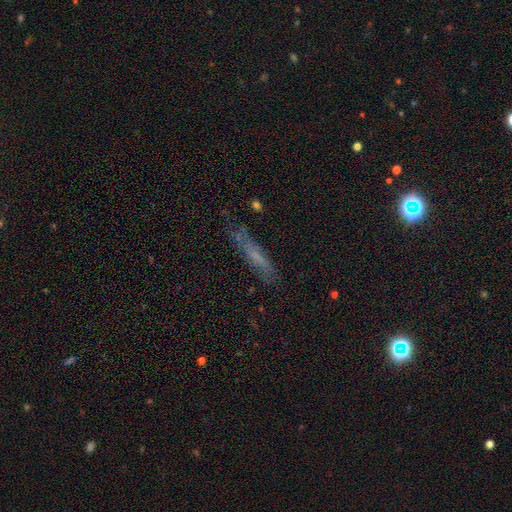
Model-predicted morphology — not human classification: Overall: smooth (49%; featured or disk 40%). Merging: none (66%).